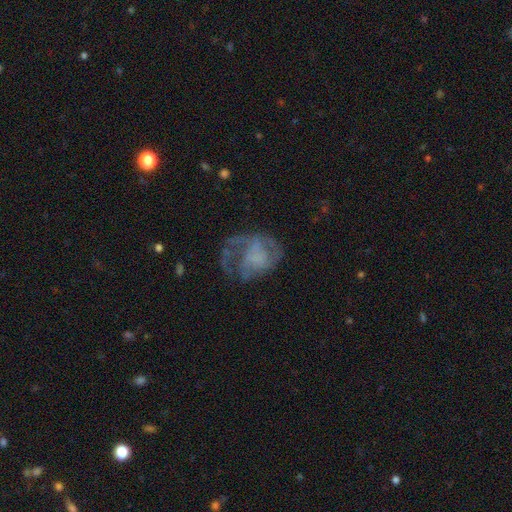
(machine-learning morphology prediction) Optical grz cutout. It shows a featured or disk galaxy (60%) with no bar (79%), spiral arms (56%) and no central bulge (68%). Merging: major disturbance (42%).